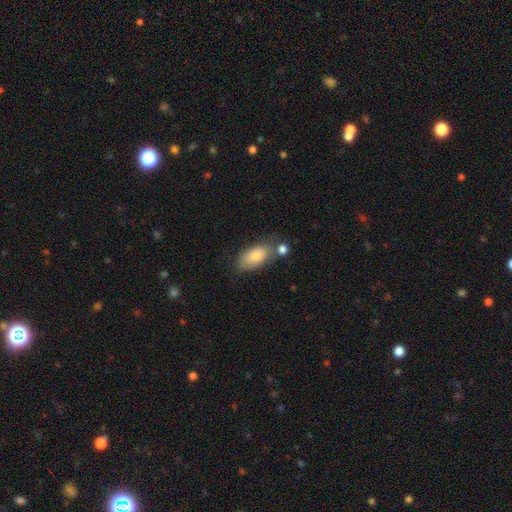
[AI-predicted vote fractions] Smooth or featured? smooth (80%)
How rounded? in between (92%)
Merging? none (54%)